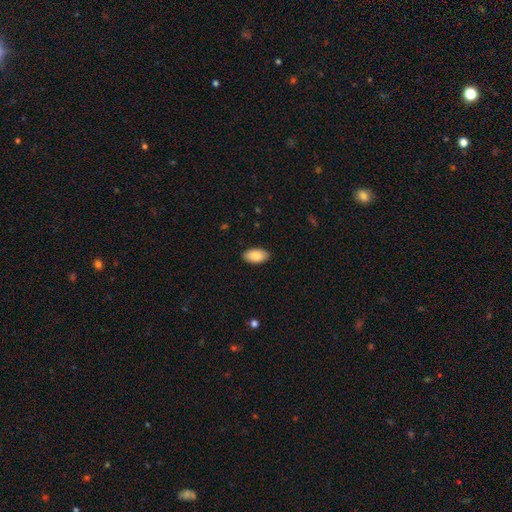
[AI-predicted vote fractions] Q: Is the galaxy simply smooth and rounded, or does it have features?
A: smooth — 86%.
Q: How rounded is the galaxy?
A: in between — 95%.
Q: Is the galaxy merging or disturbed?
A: none — 88%.